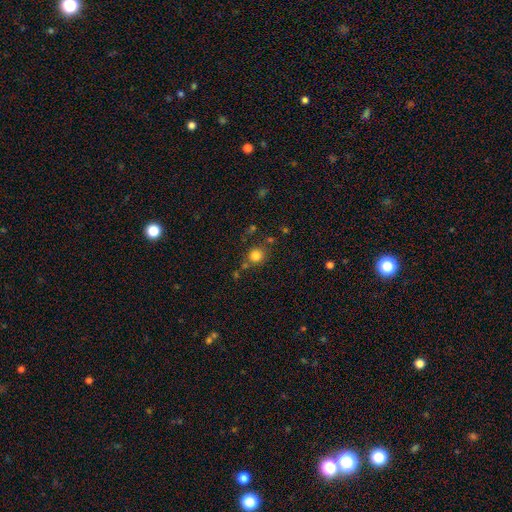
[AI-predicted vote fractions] smooth 81%, star or artifact 13%, featured or disk 6%. Down the decision tree: how rounded — round (90%); merging — none (76%).